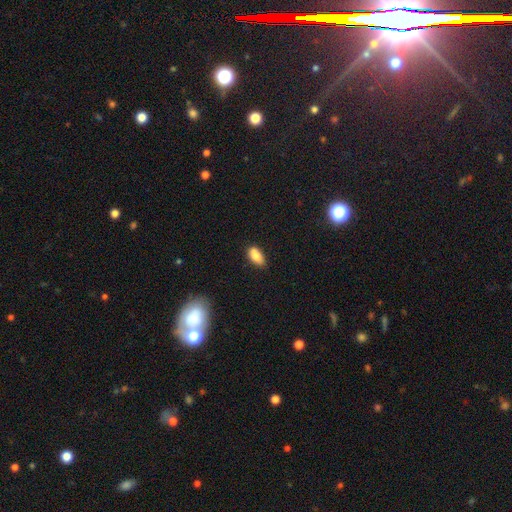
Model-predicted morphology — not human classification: A smooth galaxy with no disk features (82%) that is in between round and cigar-shaped (91%). Merging: none (73%).